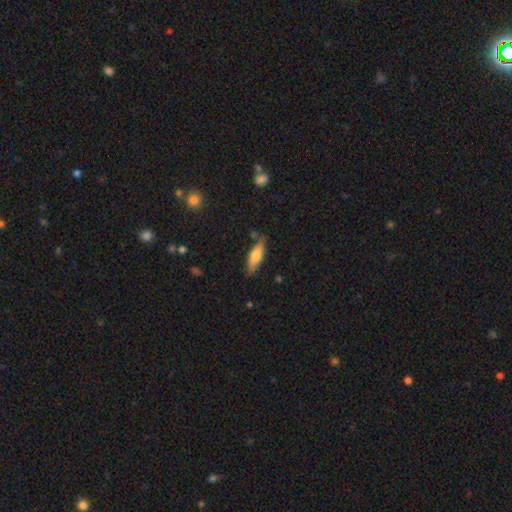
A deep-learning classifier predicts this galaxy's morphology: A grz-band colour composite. It shows a smooth galaxy with no disk features (69%) that is cigar-shaped (53%). Merging: none (77%).